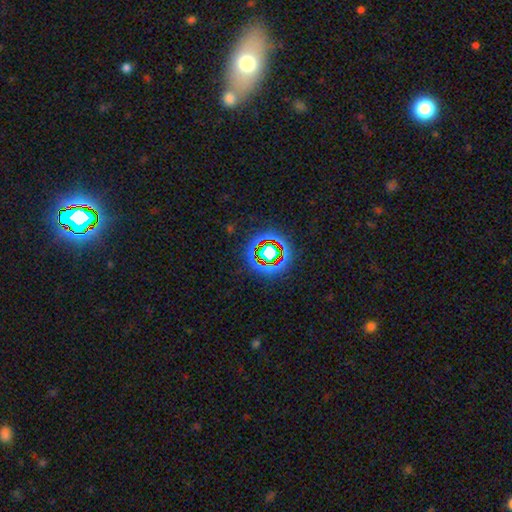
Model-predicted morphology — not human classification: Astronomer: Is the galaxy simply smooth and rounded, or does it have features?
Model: star or artifact — 55%.